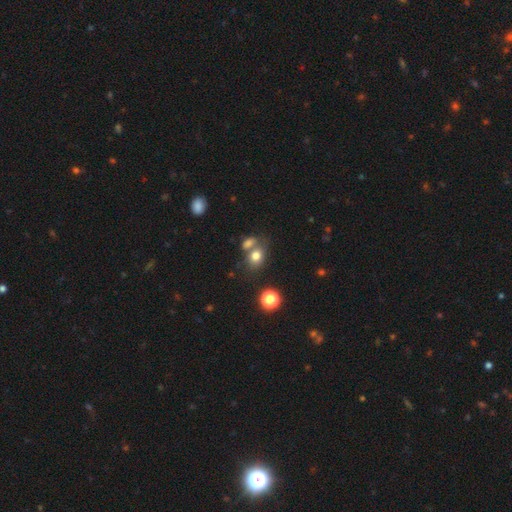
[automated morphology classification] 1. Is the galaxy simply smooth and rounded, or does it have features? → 77% smooth, 13% star or artifact, 10% featured or disk.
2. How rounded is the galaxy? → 53% in between, 45% round, 1% cigar-shaped.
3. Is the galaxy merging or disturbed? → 48% none, 35% merger, 12% minor disturbance, 5% major disturbance.